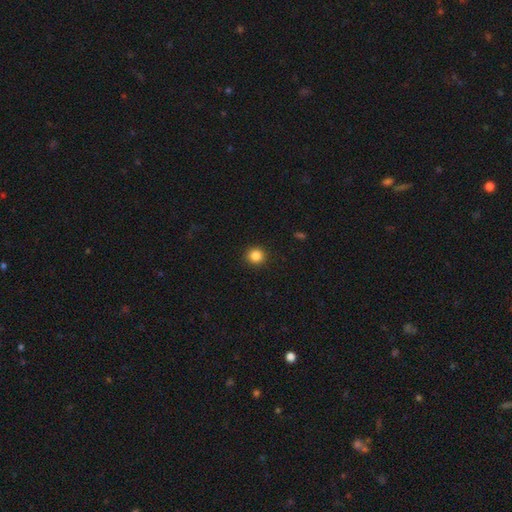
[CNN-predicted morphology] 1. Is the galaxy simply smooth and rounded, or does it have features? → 85% smooth, 11% star or artifact, 4% featured or disk.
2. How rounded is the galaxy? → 92% round, 7% in between, 1% cigar-shaped.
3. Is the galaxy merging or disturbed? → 92% none, 5% minor disturbance, 2% major disturbance, 1% merger.